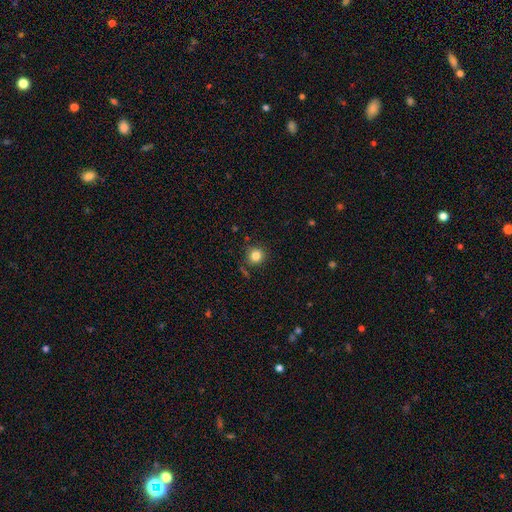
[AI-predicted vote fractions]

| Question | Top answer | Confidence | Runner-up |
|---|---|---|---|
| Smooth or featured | smooth | 83% | star or artifact (12%) |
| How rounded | round | 91% | in between (8%) |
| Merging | none | 84% | minor disturbance (10%) |